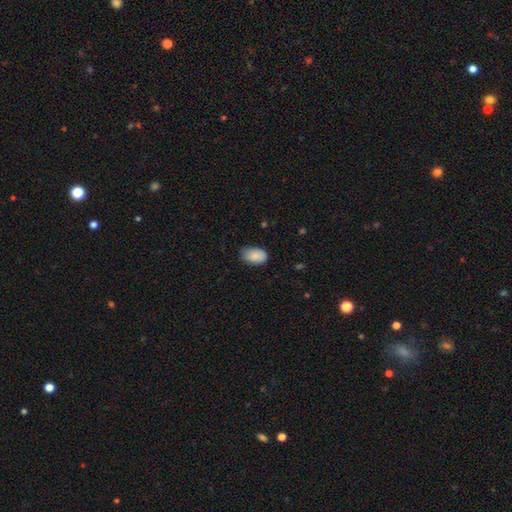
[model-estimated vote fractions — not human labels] The model was most divided on "merging": none: 68%, minor disturbance: 26%, major disturbance: 4%, merger: 1%. More confident: how rounded — in between (91%); smooth or featured — smooth (87%).